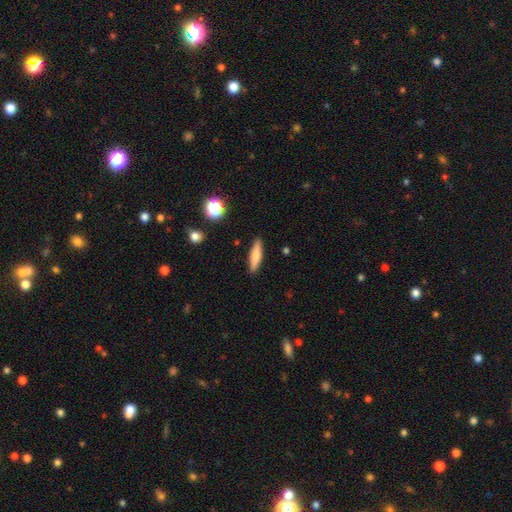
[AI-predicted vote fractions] Overall: smooth (71%). How rounded: cigar-shaped (76%). Merging: none (89%).